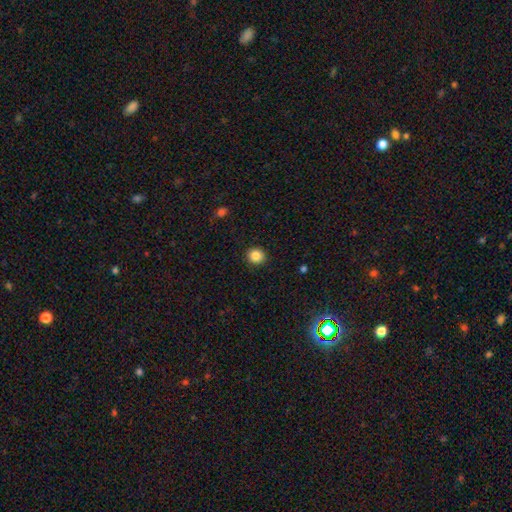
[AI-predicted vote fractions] This is clearly a smooth galaxy (86%). How rounded: clearly round (87%). Merging: clearly none (92%).